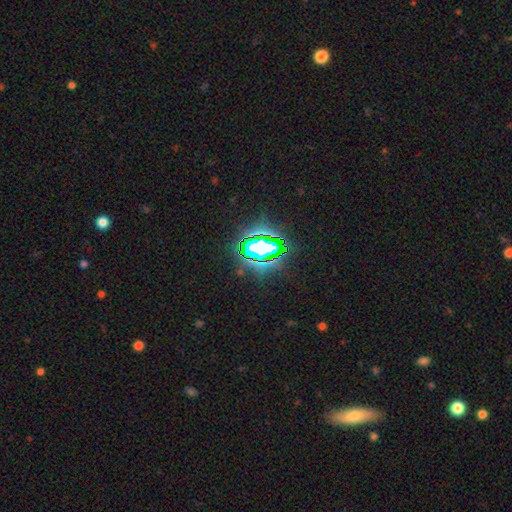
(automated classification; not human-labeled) smooth-or-featured: star or artifact: 81% | smooth: 11% | featured or disk: 8%